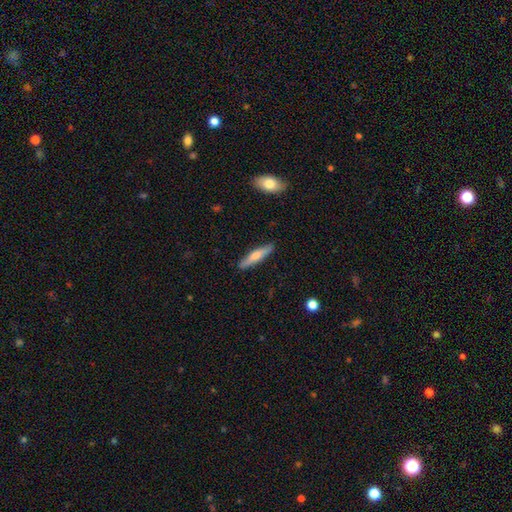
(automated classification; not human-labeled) A smooth galaxy with no disk features (53%) that is cigar-shaped (85%).

Vote fractions:
- Smooth or featured? smooth: 53% / featured or disk: 41% / star or artifact: 6%
- How rounded? cigar-shaped: 85% / in between: 14% / round: 2%
- Merging? none: 90% / minor disturbance: 8% / major disturbance: 2% / merger: 1%